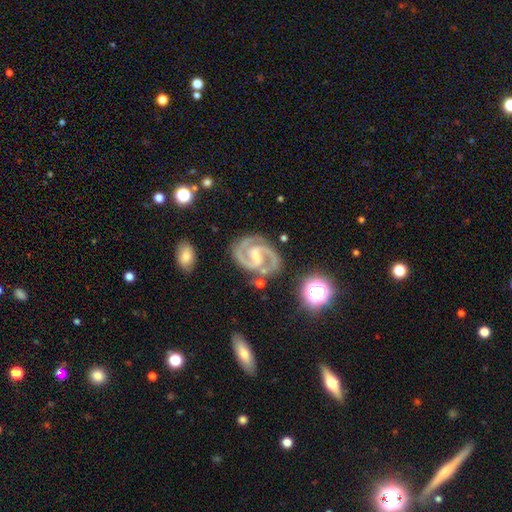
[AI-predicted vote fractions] Q: Smooth or featured?
A: featured or disk (93%); runner-up: star or artifact (4%)
Q: Edge-on disk?
A: no (98%); runner-up: yes (2%)
Q: Bar?
A: weak (46%); runner-up: strong (32%)
Q: Spiral arms?
A: yes (99%); runner-up: no (1%)
Q: Spiral winding?
A: medium (55%); runner-up: tight (40%)
Q: Spiral arm count?
A: 2 (93%); runner-up: 3 (2%)
Q: Bulge size?
A: small (45%); runner-up: moderate (40%)
Q: Merging?
A: none (78%); runner-up: minor disturbance (14%)